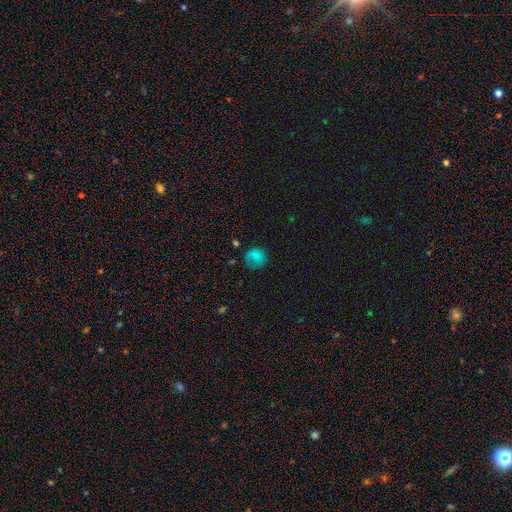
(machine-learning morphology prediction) This is likely a smooth galaxy (74%). How rounded: clearly round (83%). Merging: likely none (66%).